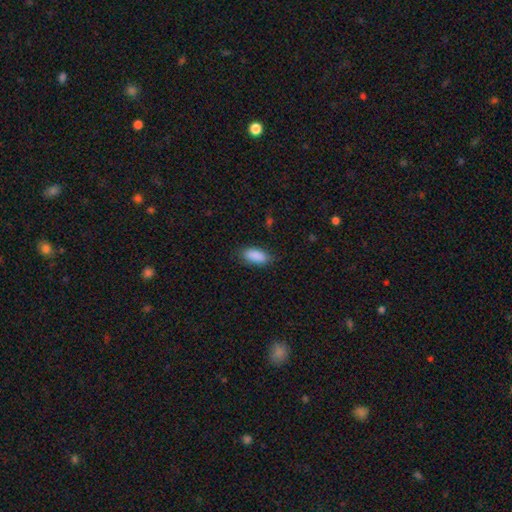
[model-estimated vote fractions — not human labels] smooth_or_featured: smooth (p=0.90) [alt: star or artifact p=0.07]
how_rounded: in between (p=0.88) [alt: cigar-shaped p=0.09]
merging: none (p=0.83) [alt: minor disturbance p=0.13]